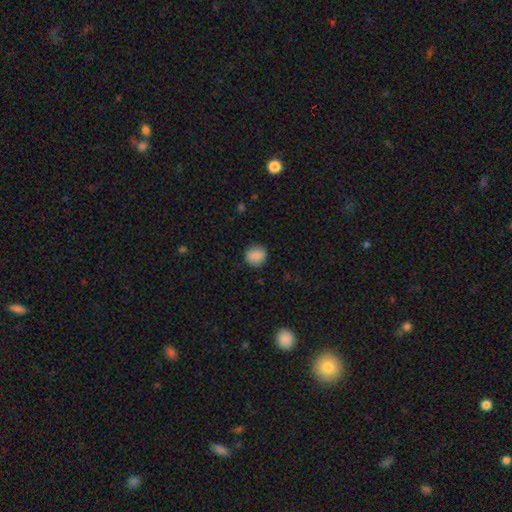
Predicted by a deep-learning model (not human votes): The model was most divided on "how rounded": round: 81%, in between: 17%, cigar-shaped: 1%. More confident: smooth or featured — smooth (87%); merging — none (87%).